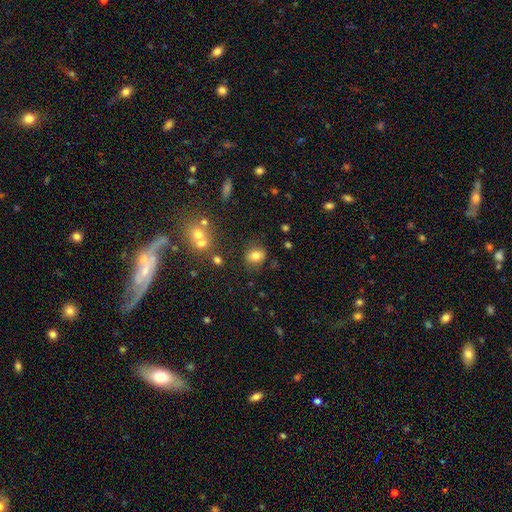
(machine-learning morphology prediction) This appears to be a smooth galaxy with no disk features (75%) that is round (49%, tied with in between). Merging: none (78%).